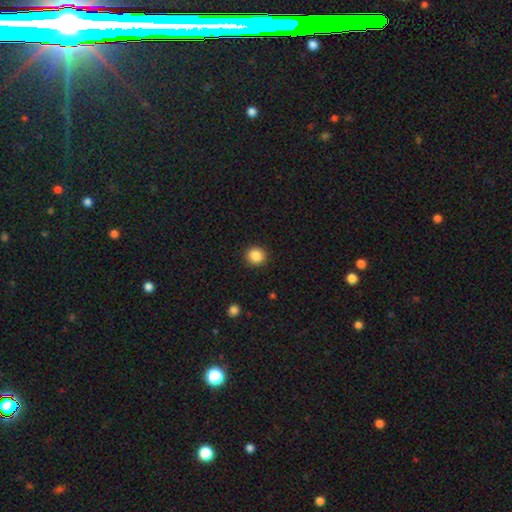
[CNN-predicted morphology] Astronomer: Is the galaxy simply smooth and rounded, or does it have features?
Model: smooth — 86%.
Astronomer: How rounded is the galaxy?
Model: round — 91%.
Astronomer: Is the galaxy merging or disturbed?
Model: none — 92%.